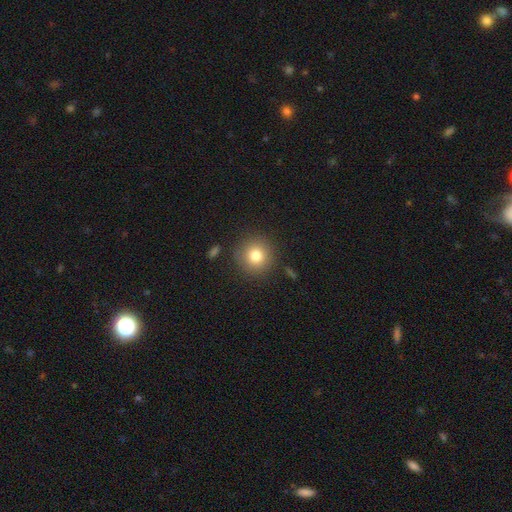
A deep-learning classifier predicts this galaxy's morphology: Smooth or featured? smooth (81%)
How rounded? round (93%)
Merging? none (87%)